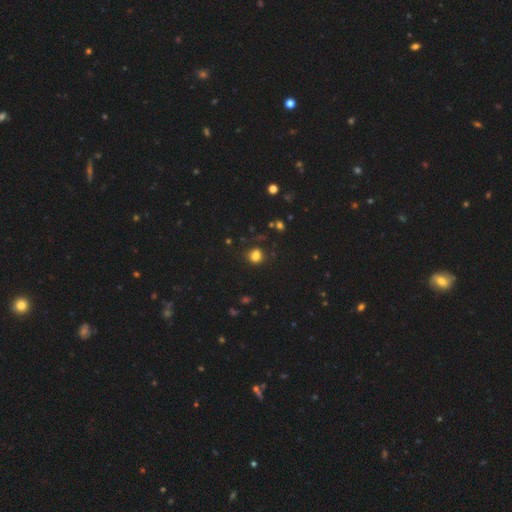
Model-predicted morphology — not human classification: Smooth or featured? smooth (78%)
How rounded? round (67%)
Merging? none (72%)